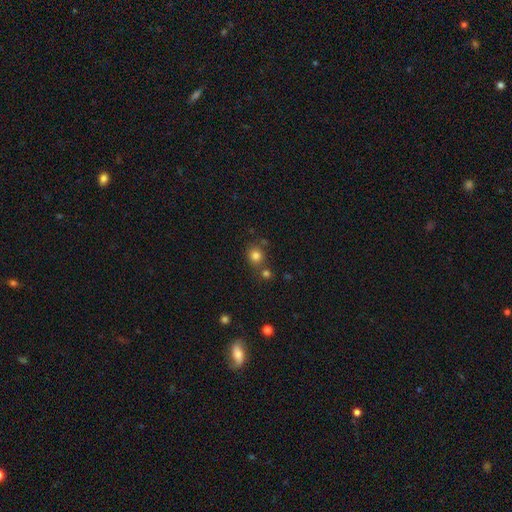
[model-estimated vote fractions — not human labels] smooth 79%, star or artifact 14%, featured or disk 7%. Down the decision tree: how rounded — round (81%); merging — none (66%).